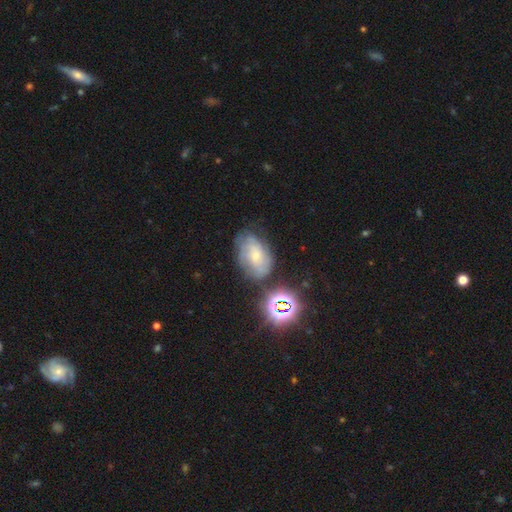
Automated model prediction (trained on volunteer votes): This is possibly a featured or disk galaxy (54%). It is clearly not viewed edge-on (96%). Bar: likely no (72%). Spiral arm pattern: likely yes (79%). Central bulge: possibly small (58%). Merging: possibly none (58%).